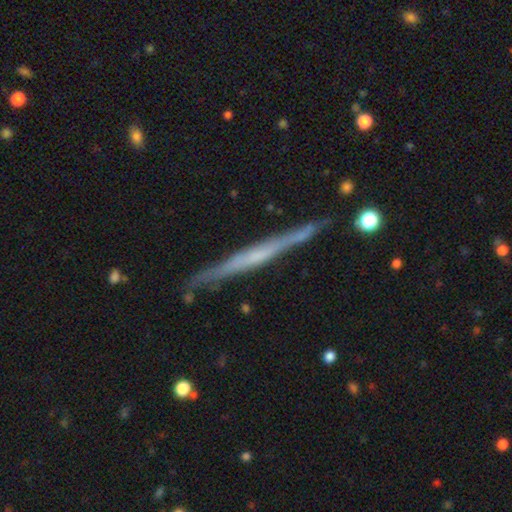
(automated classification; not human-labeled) smooth_or_featured: featured or disk (p=0.68) [alt: smooth p=0.26]
disk_edge_on: yes (p=0.97) [alt: no p=0.03]
edge_on_bulge: none (p=0.68) [alt: rounded p=0.22]
merging: none (p=0.86) [alt: minor disturbance p=0.10]